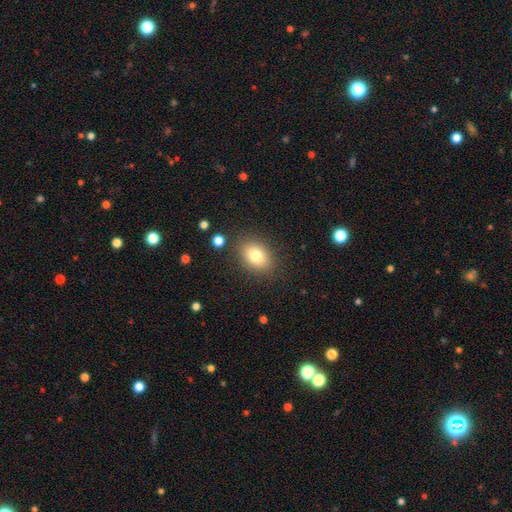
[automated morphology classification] This appears to be a smooth galaxy with no disk features (80%) that is in between round and cigar-shaped (69%). Merging: none (84%).